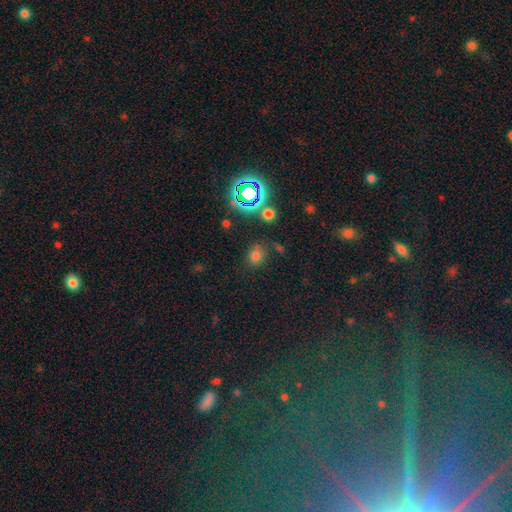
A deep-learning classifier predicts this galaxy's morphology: This appears to be a smooth galaxy with no disk features (65%) that is round (65%). Merging: none (73%).